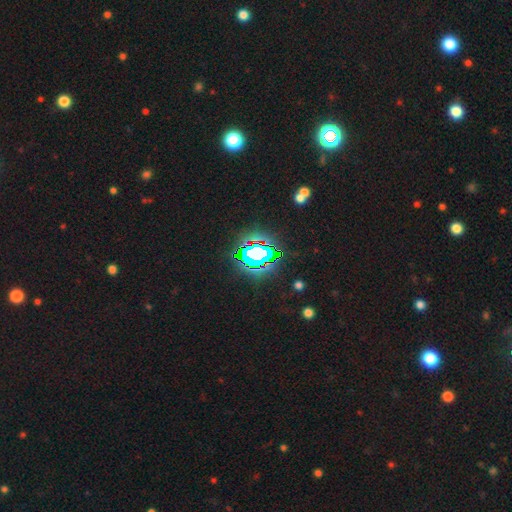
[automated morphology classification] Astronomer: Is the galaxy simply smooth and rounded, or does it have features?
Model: star or artifact — 73%.